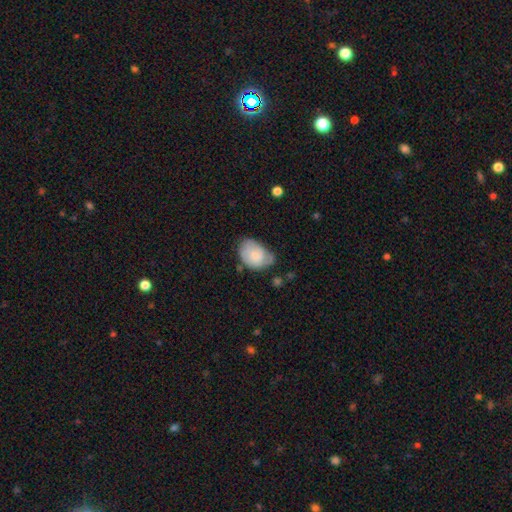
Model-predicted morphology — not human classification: This is likely a smooth galaxy (70%). How rounded: likely in between (76%). Merging: marginally none (42%).